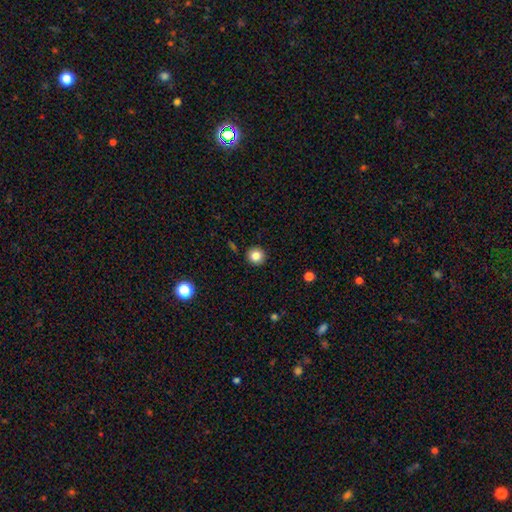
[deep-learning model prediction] smooth_or_featured: smooth (p=0.83) [alt: star or artifact p=0.10]
how_rounded: round (p=0.94) [alt: in between p=0.05]
merging: none (p=0.92) [alt: minor disturbance p=0.05]